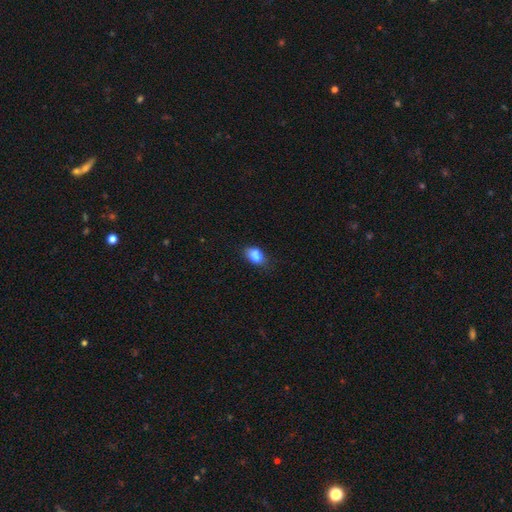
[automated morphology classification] The model was most divided on "merging": none: 41%, merger: 30%, minor disturbance: 21%, major disturbance: 7%. More confident: how rounded — in between (76%); smooth or featured — smooth (76%).